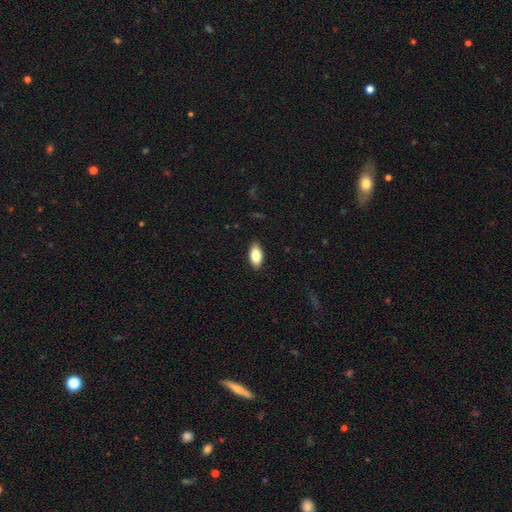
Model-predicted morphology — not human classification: Smooth or featured?
  - smooth: 84% *
  - featured or disk: 10%
  - star or artifact: 7%
How rounded?
  - in between: 90% *
  - cigar-shaped: 7%
  - round: 3%
Merging?
  - none: 88% *
  - minor disturbance: 9%
  - major disturbance: 2%
  - merger: 1%